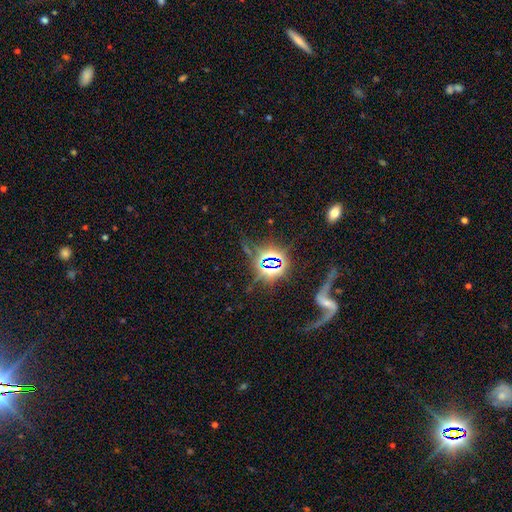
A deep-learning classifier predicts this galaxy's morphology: A star or artifact, not a galaxy (48%).

Vote fractions:
- Smooth or featured? star or artifact: 48% / featured or disk: 33% / smooth: 19%